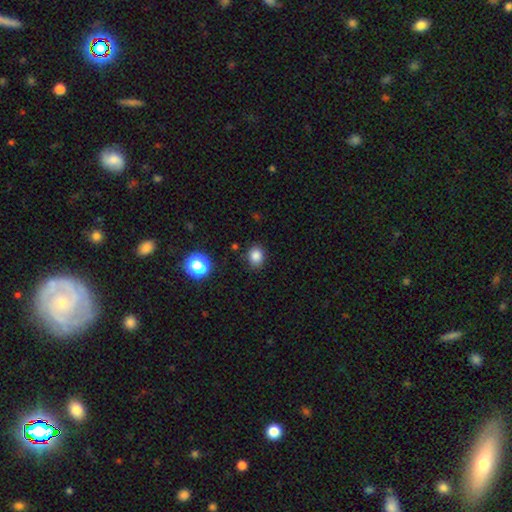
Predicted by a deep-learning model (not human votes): Smooth or featured? smooth (83%)
How rounded? round (60%)
Merging? none (85%)